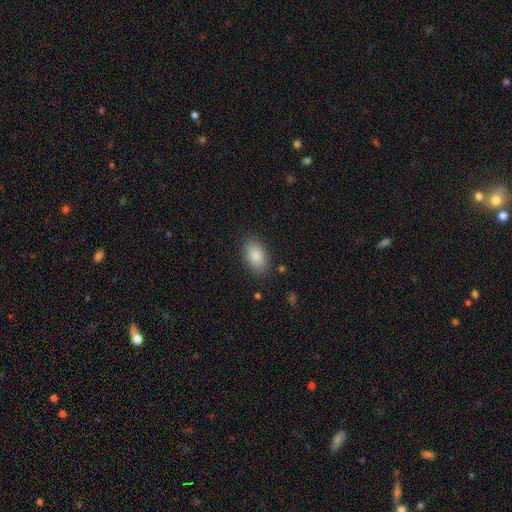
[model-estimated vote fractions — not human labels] A smooth galaxy with no disk features (87%) that is in between round and cigar-shaped (91%). Merging: none (86%).